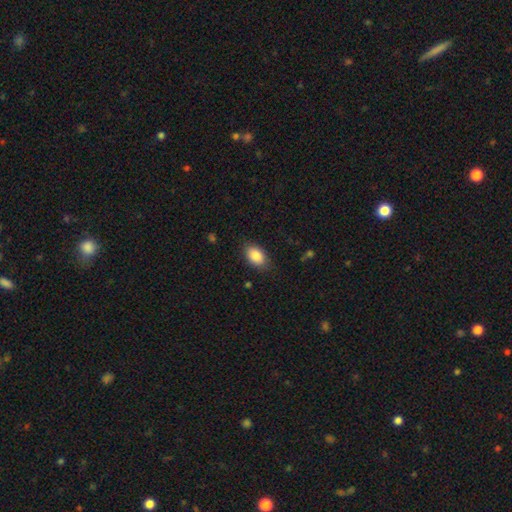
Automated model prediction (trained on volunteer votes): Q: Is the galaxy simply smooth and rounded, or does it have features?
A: smooth — 88%.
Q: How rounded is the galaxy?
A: in between — 90%.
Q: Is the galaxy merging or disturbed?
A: none — 82%.